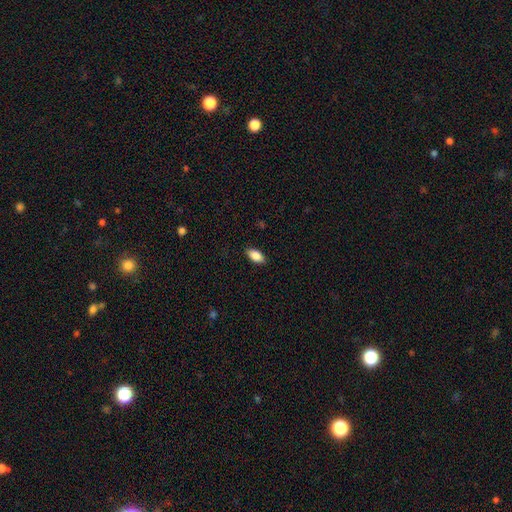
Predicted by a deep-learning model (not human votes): This is clearly a smooth galaxy (86%). How rounded: clearly in between (91%). Merging: clearly none (87%).